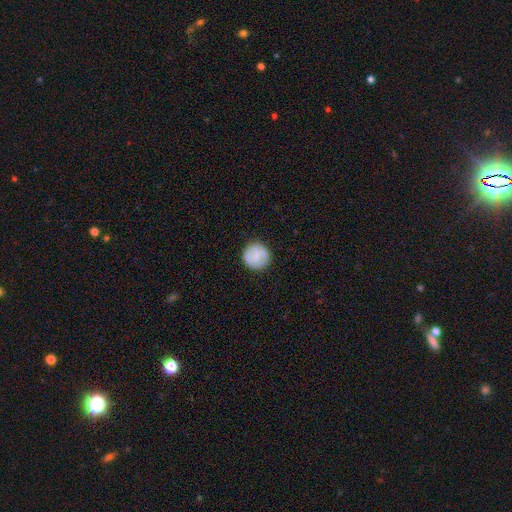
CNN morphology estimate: Smooth or featured? smooth (61%)
How rounded? round (93%)
Merging? none (90%)